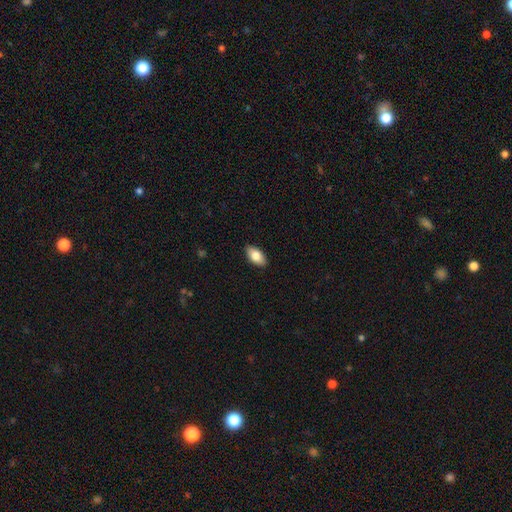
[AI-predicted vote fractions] Overall: smooth (80%). How rounded: in between (93%). Merging: none (89%).